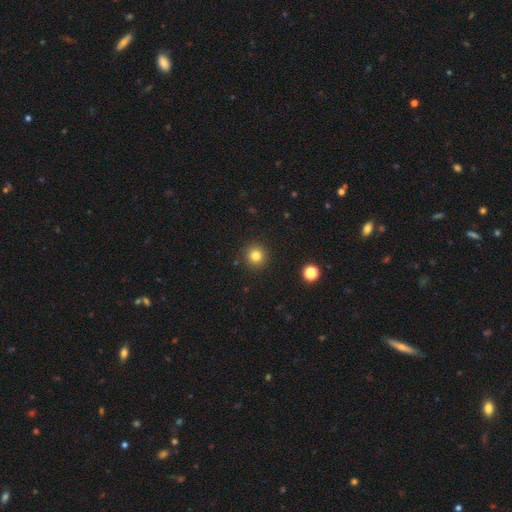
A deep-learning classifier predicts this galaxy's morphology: This appears to be a smooth galaxy with no disk features (81%) that is round (94%). Merging: none (91%).